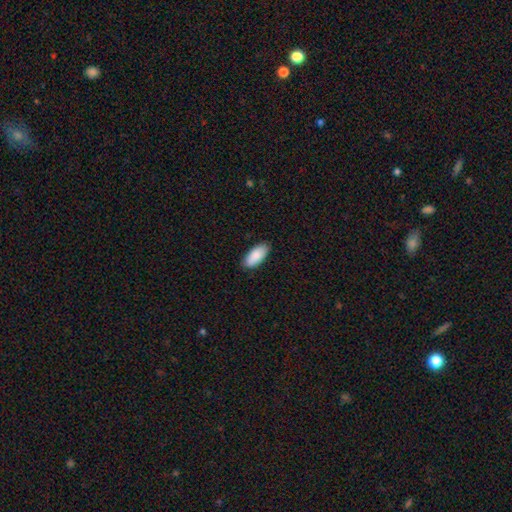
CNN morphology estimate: Smooth or featured? Predicted: smooth (p=0.89). How rounded? Predicted: in between (p=0.90). Merging? Predicted: none (p=0.86).